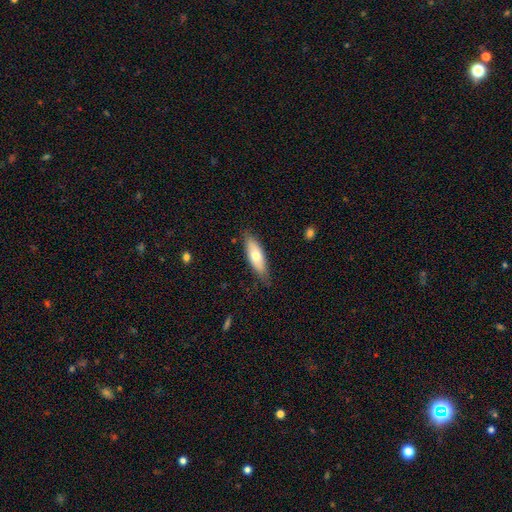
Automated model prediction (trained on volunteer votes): smooth 66%, featured or disk 28%, star or artifact 6%. Down the decision tree: how rounded — in between (59%); merging — none (80%).